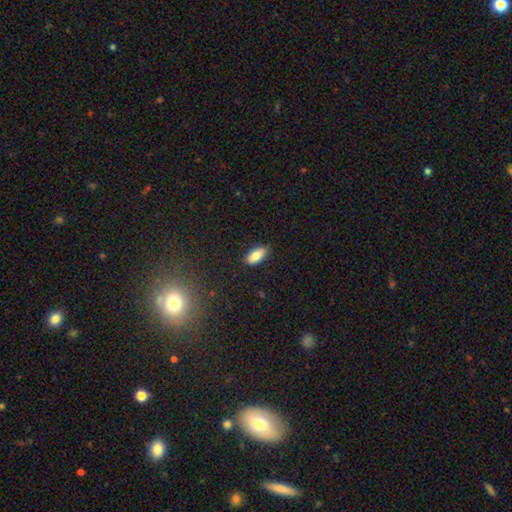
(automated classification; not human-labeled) smooth_or_featured: smooth (p=0.83) [alt: featured or disk p=0.10]
how_rounded: in between (p=0.88) [alt: cigar-shaped p=0.10]
merging: none (p=0.84) [alt: minor disturbance p=0.13]